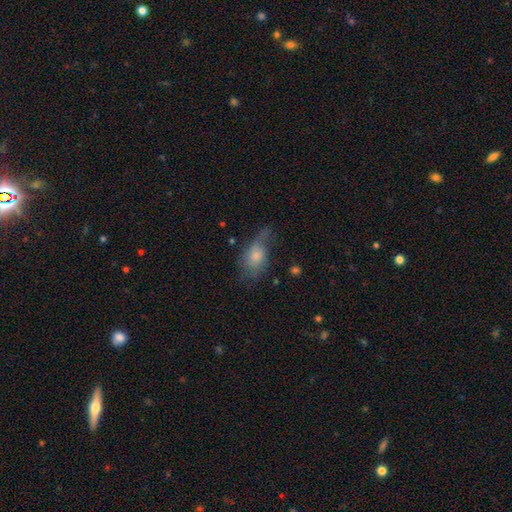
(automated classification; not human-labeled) This appears to be a smooth galaxy with no disk features (58%) that is in between round and cigar-shaped (83%). Merging: none (35%).